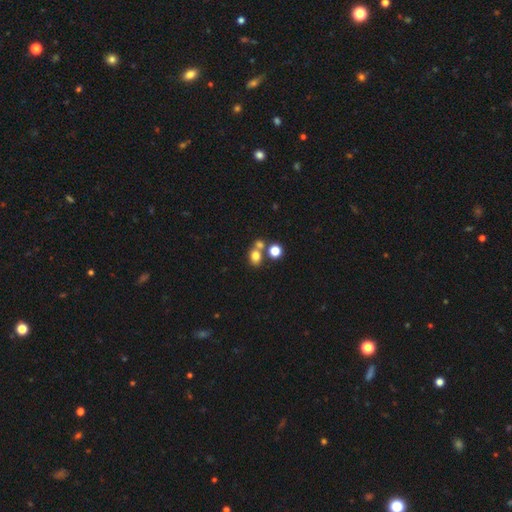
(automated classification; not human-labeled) This is likely a smooth galaxy (75%). How rounded: possibly round (57%). Merging: possibly none (51%).